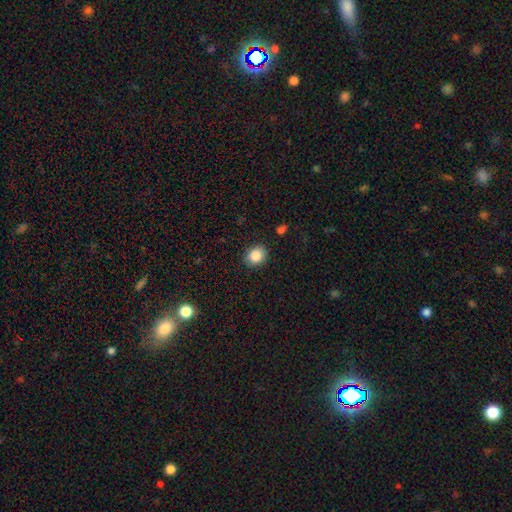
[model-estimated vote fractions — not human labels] This is clearly a smooth galaxy (86%). How rounded: likely round (65%). Merging: clearly none (88%).